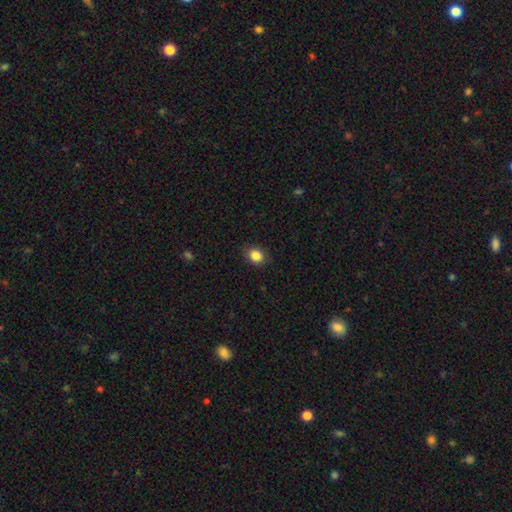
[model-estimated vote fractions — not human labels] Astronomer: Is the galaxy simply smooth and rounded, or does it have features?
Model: smooth — 86%.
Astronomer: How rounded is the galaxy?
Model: round — 52% (runner-up: in between, 47%).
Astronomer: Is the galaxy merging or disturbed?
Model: none — 87%.